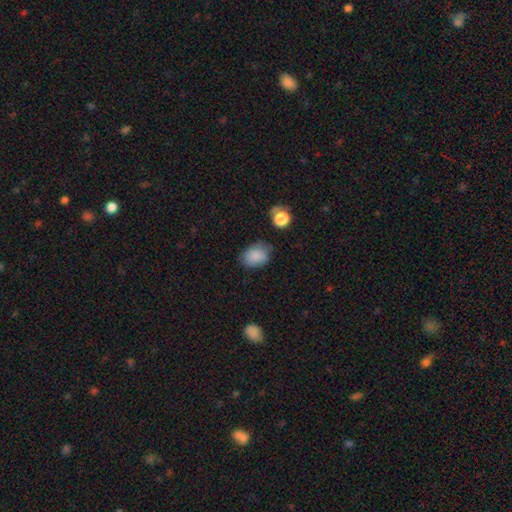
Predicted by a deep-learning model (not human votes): A smooth galaxy with no disk features (84%) that is in between round and cigar-shaped (66%). Merging: none (67%).